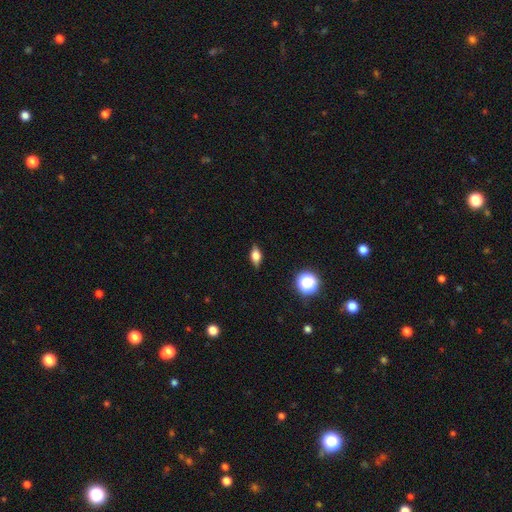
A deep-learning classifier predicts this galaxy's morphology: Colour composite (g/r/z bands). It shows a smooth galaxy with no disk features (58%) that is in between round and cigar-shaped (72%). Merging: none (85%).